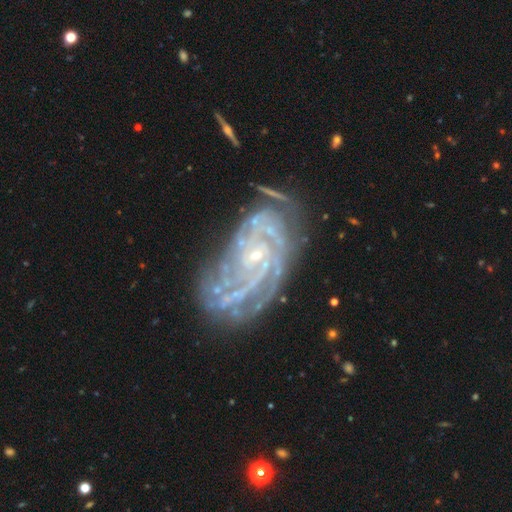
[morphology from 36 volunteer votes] Smooth or featured: featured or disk — 92% (smooth — 8%)
Edge-on disk: no — 100%
Bar: weak — 45% (no — 39%)
Spiral arms: yes — 100%
Spiral winding: tight — 61% (medium — 36%)
Spiral arm count: 3 — 27% (4 — 21%)
Bulge size: small — 88% (moderate — 12%)
Merging: none — 61% (minor disturbance — 19%)